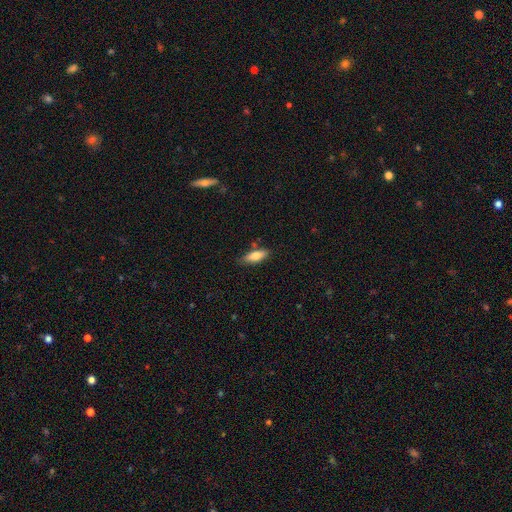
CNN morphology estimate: type=smooth (73%); roundness=in between (64%); merging=none (79%).